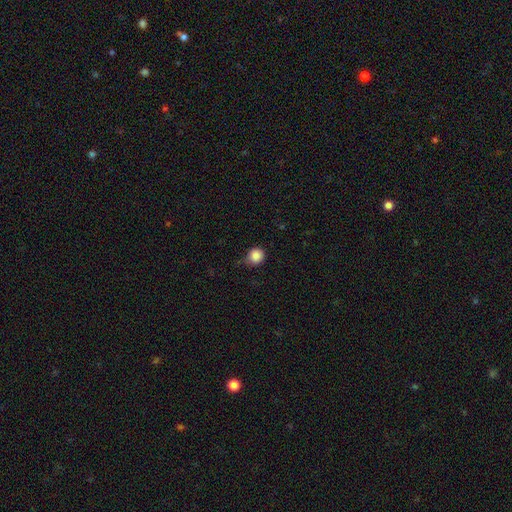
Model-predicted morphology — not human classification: Smooth or featured? smooth (87%)
How rounded? round (86%)
Merging? none (68%)